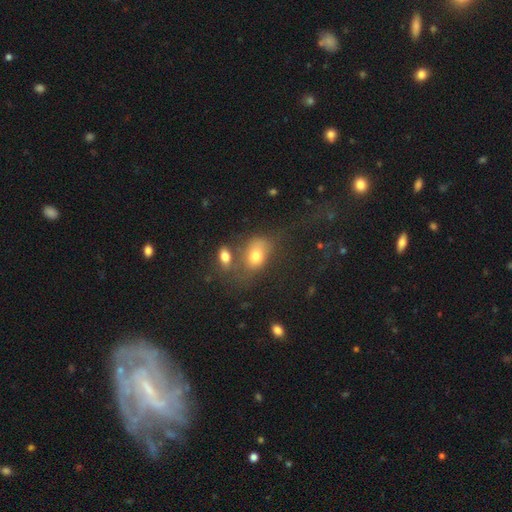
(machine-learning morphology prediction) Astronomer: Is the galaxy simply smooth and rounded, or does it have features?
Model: smooth — 71%.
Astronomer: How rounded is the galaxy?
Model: in between — 77%.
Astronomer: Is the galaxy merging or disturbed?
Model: none — 37% (runner-up: merger, 30%).